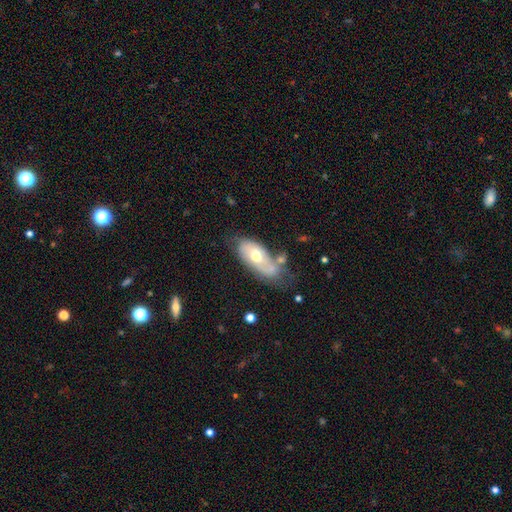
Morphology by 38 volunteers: Smooth or featured? 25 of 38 (66%) said smooth. How rounded? 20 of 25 (80%) said in between. Merging? 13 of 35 (37%) said none.